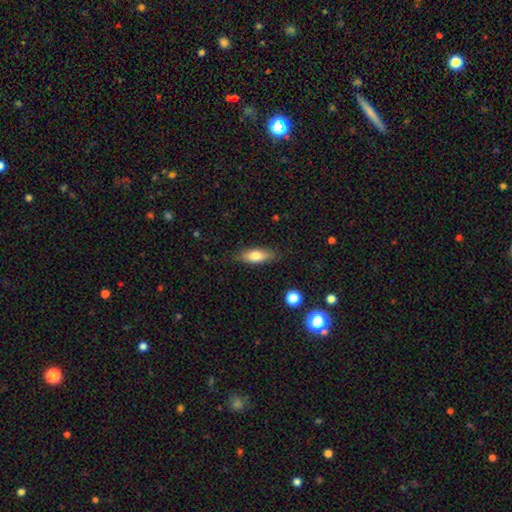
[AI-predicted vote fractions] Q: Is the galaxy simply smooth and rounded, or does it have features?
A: smooth — 73%.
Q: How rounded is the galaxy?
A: in between — 65%.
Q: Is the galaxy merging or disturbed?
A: none — 83%.